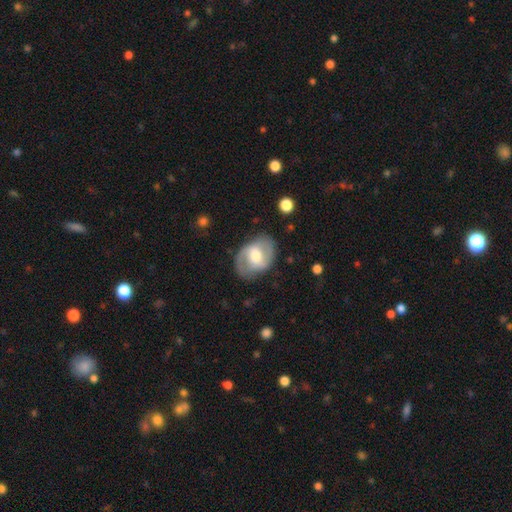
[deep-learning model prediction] Smooth or featured?
  - featured or disk: 66% *
  - smooth: 28%
  - star or artifact: 6%
Edge-on disk?
  - no: 96% *
  - yes: 4%
Bar?
  - weak: 48% *
  - strong: 27%
  - no: 25%
Spiral arms?
  - yes: 80% *
  - no: 20%
Spiral winding?
  - medium: 48% *
  - loose: 29%
  - tight: 23%
Spiral arm count?
  - 2: 85% *
  - can't tell: 9%
  - 1: 3%
  - 3: 1%
  - 4: 1%
  - more than 4: 1%
Bulge size?
  - moderate: 64% *
  - small: 23%
  - large: 10%
  - none: 2%
  - dominant: 1%
Merging?
  - none: 76% *
  - minor disturbance: 16%
  - major disturbance: 7%
  - merger: 1%